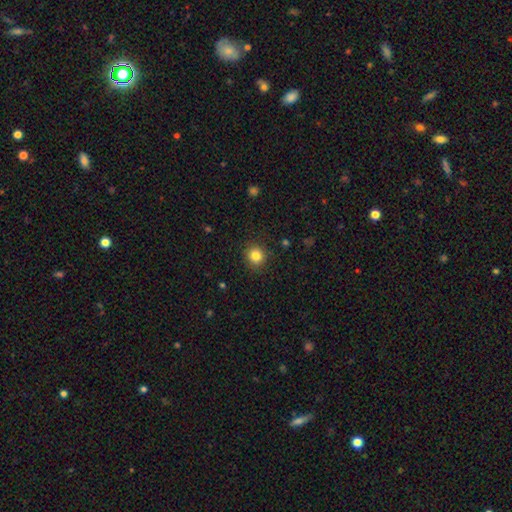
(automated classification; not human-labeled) smooth 83%, star or artifact 11%, featured or disk 5%. Down the decision tree: how rounded — round (90%); merging — none (90%).